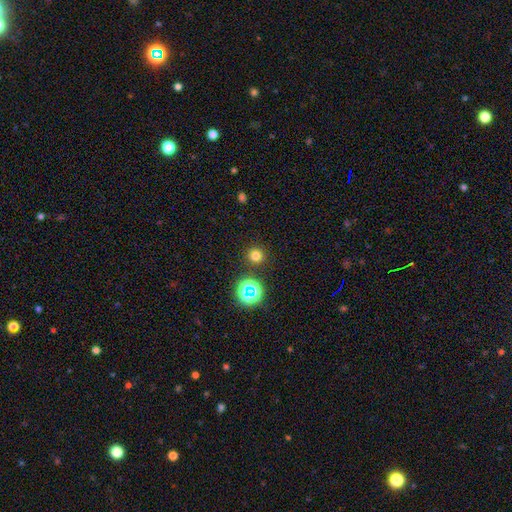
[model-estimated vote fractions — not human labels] smooth_or_featured: smooth (p=0.73) [alt: star or artifact p=0.21]
how_rounded: round (p=0.95) [alt: in between p=0.04]
merging: none (p=0.90) [alt: minor disturbance p=0.05]